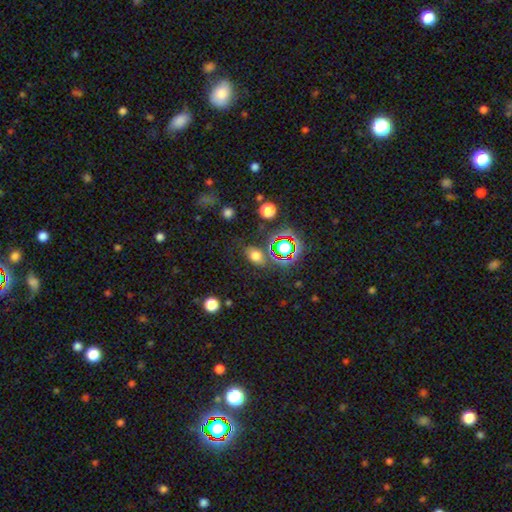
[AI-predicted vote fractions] A smooth galaxy with no disk features (64%) that is in between round and cigar-shaped (72%). Merging: none (74%).